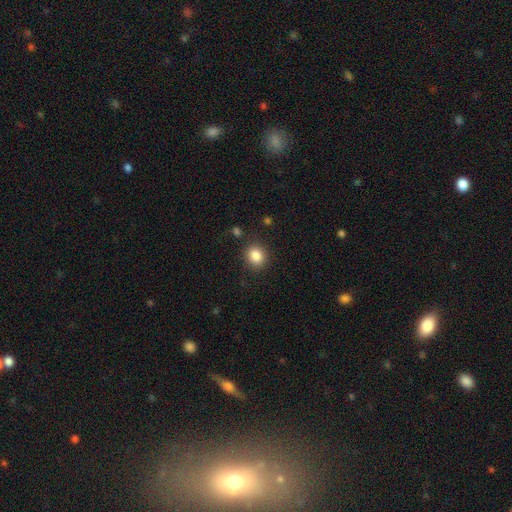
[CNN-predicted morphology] Q: Smooth or featured?
A: smooth (85%); runner-up: star or artifact (10%)
Q: How rounded?
A: round (79%); runner-up: in between (20%)
Q: Merging?
A: none (87%); runner-up: minor disturbance (8%)